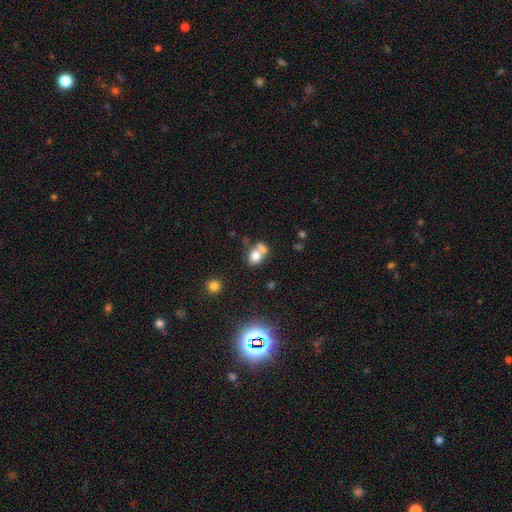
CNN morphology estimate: A smooth galaxy with no disk features (74%) that is round (52%).

Vote fractions:
- Smooth or featured? smooth: 74% / featured or disk: 14% / star or artifact: 12%
- How rounded? round: 52% / in between: 46% / cigar-shaped: 1%
- Merging? merger: 48% / none: 34% / minor disturbance: 11% / major disturbance: 7%